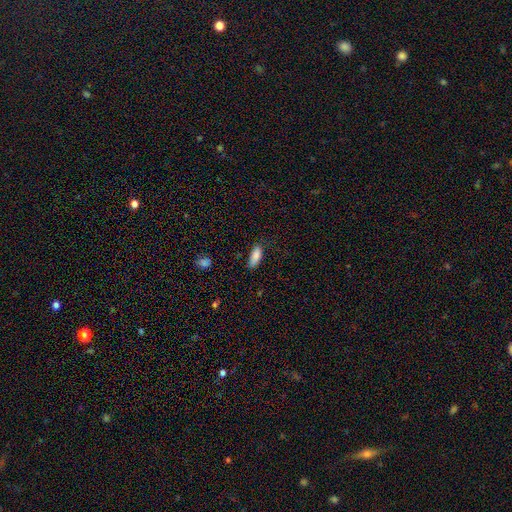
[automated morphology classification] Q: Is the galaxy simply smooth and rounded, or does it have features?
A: smooth — 86%.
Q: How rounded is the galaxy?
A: in between — 73%.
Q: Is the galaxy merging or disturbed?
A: none — 71%.